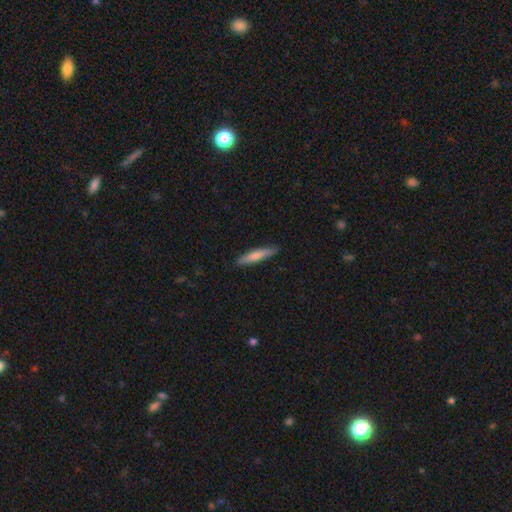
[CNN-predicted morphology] The model was most divided on "smooth or featured": smooth: 70%, featured or disk: 24%, star or artifact: 5%. More confident: how rounded — cigar-shaped (89%); merging — none (87%).